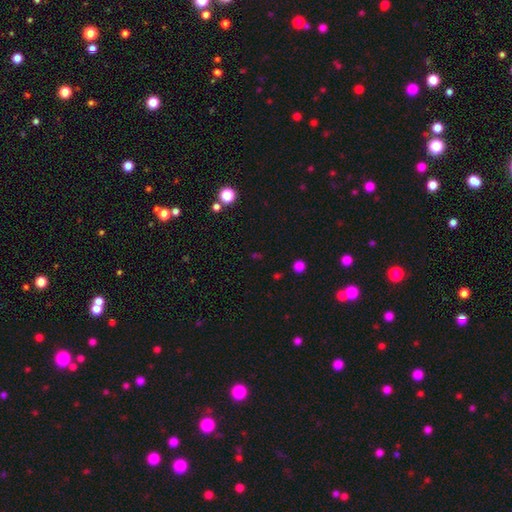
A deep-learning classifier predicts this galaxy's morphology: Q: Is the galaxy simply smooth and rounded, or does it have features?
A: star or artifact — 55%.